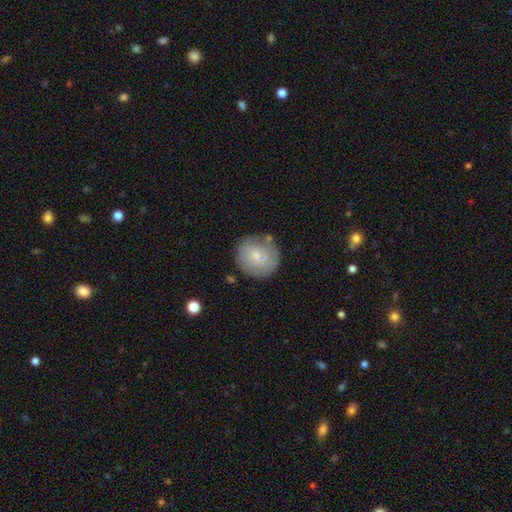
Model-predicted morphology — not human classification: smooth-or-featured: smooth: 65% | featured or disk: 27% | star or artifact: 8%
  how-rounded: round: 88% | in between: 11% | cigar-shaped: 1%
  merging: none: 74% | minor disturbance: 17% | major disturbance: 5% | merger: 4%